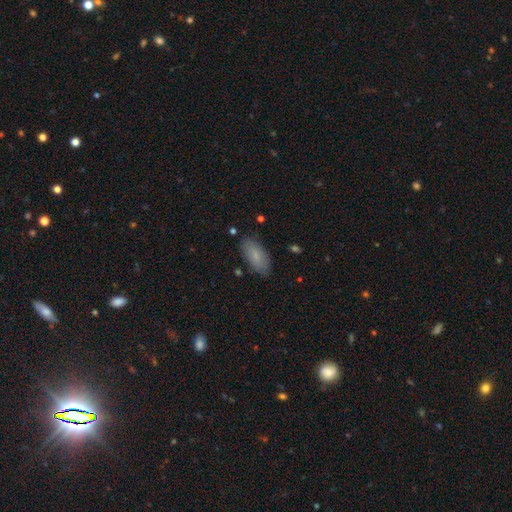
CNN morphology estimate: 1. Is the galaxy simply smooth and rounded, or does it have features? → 80% smooth, 13% featured or disk, 7% star or artifact.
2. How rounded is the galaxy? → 88% in between, 10% cigar-shaped, 2% round.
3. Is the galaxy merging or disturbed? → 83% none, 13% minor disturbance, 3% major disturbance, 1% merger.